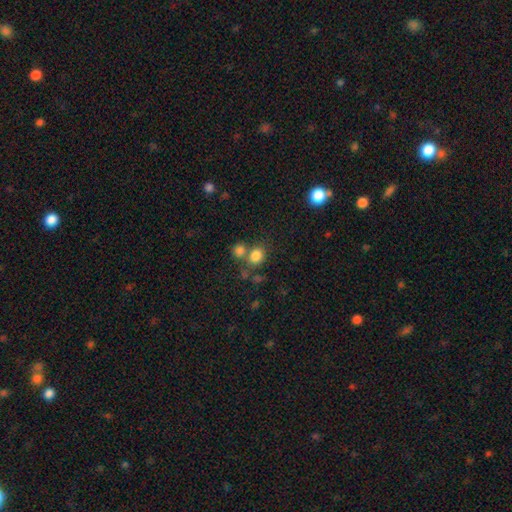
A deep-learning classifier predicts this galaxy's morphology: Smooth or featured? Predicted: smooth (p=0.81). How rounded? Predicted: round (p=0.67). Merging? Predicted: none (p=0.55).